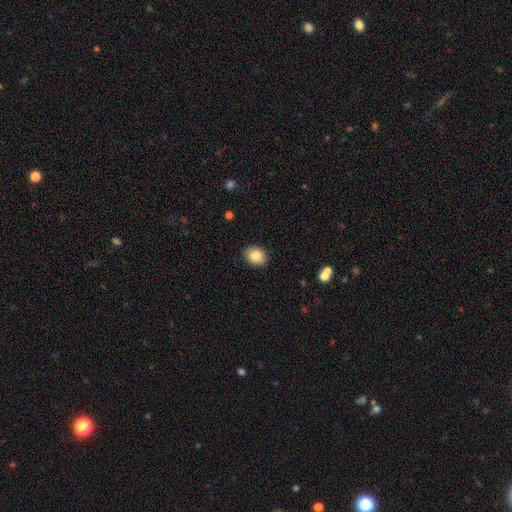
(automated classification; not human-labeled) Smooth or featured? Predicted: smooth (p=0.84). How rounded? Predicted: in between (p=0.55). Merging? Predicted: none (p=0.88).